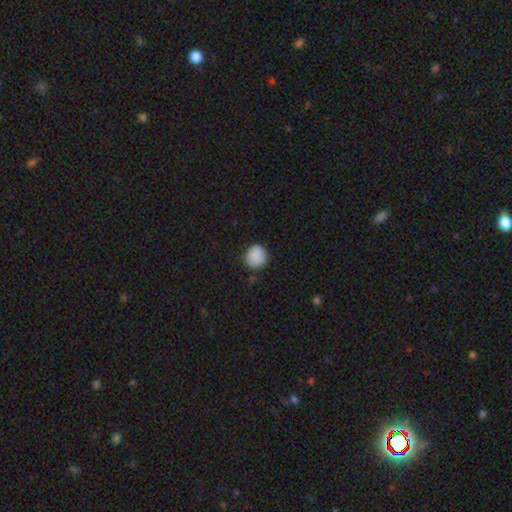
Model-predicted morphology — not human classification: A smooth galaxy with no disk features (88%) that is round (87%).

Vote fractions:
- Smooth or featured? smooth: 88% / star or artifact: 8% / featured or disk: 4%
- How rounded? round: 87% / in between: 12% / cigar-shaped: 1%
- Merging? none: 82% / minor disturbance: 14% / major disturbance: 3% / merger: 1%